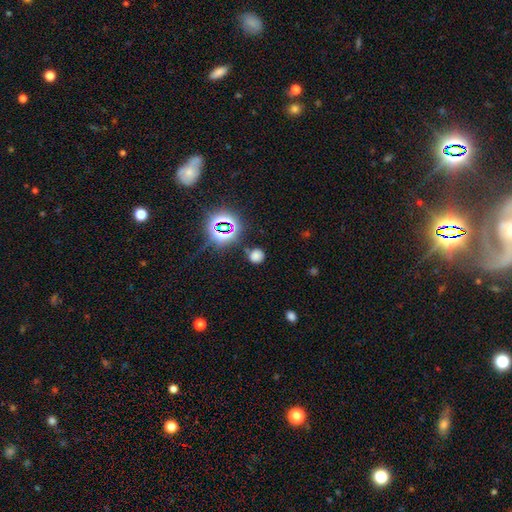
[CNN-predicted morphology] This is likely a smooth galaxy (66%). How rounded: clearly round (86%). Merging: clearly none (81%).